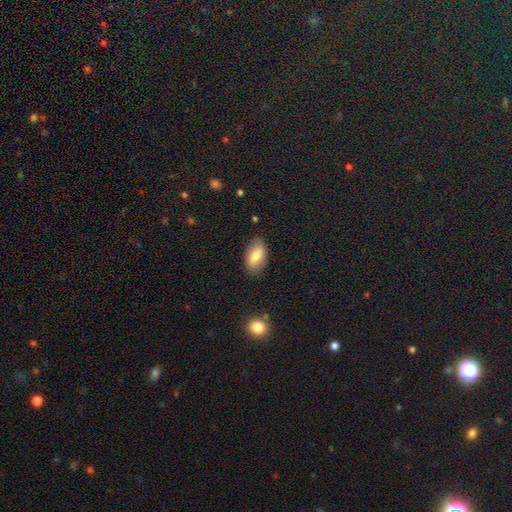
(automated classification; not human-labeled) Overall: smooth (78%). How rounded: in between (94%). Merging: none (82%).